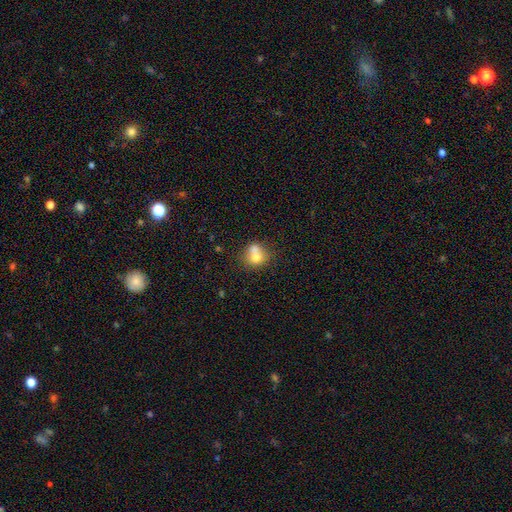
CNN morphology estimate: type=smooth (71%); roundness=round (76%); merging=merger (56%).